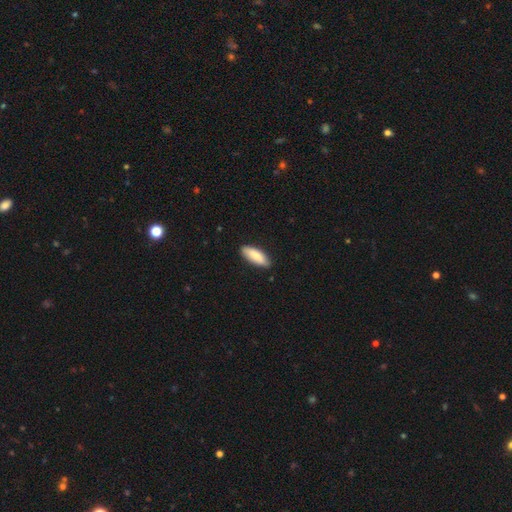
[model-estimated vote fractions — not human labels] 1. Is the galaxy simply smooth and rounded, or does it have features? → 81% smooth, 13% featured or disk, 5% star or artifact.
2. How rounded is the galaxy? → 70% in between, 29% cigar-shaped, 2% round.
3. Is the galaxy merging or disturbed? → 86% none, 11% minor disturbance, 2% major disturbance, 1% merger.